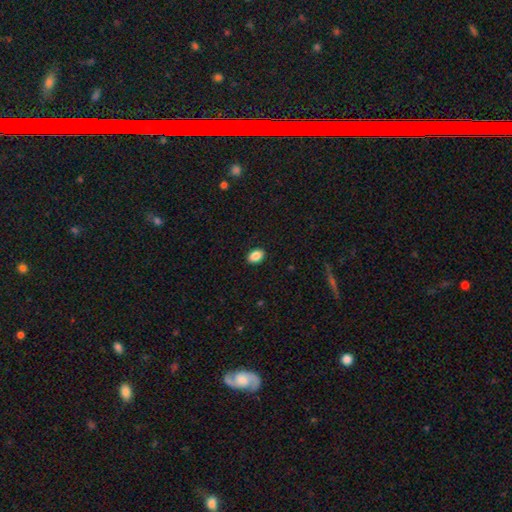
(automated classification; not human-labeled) Smooth or featured?
  - smooth: 88% *
  - star or artifact: 8%
  - featured or disk: 4%
How rounded?
  - in between: 83% *
  - round: 16%
  - cigar-shaped: 1%
Merging?
  - none: 90% *
  - minor disturbance: 7%
  - major disturbance: 2%
  - merger: 1%